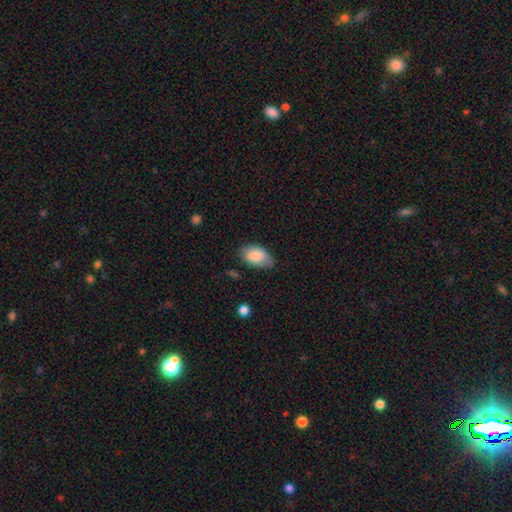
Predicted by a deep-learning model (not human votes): Smooth or featured? smooth (83%)
How rounded? in between (92%)
Merging? none (64%)